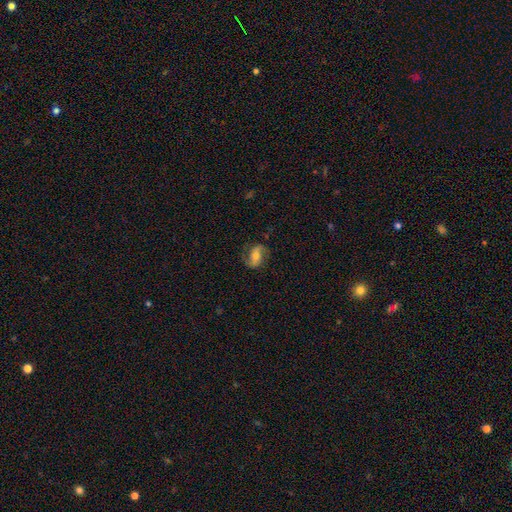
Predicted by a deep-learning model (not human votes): Q: Smooth or featured?
A: featured or disk (68%); runner-up: smooth (25%)
Q: Edge-on disk?
A: no (96%); runner-up: yes (4%)
Q: Bar?
A: no (36%); runner-up: weak (34%)
Q: Spiral arms?
A: yes (91%); runner-up: no (9%)
Q: Spiral winding?
A: loose (43%); runner-up: medium (41%)
Q: Spiral arm count?
A: 2 (89%); runner-up: can't tell (5%)
Q: Bulge size?
A: moderate (56%); runner-up: small (32%)
Q: Merging?
A: none (76%); runner-up: minor disturbance (16%)